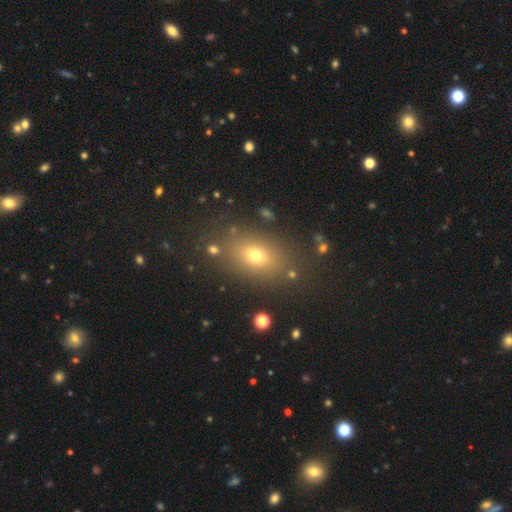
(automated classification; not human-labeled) smooth_or_featured: smooth (p=0.70) [alt: star or artifact p=0.18]
how_rounded: in between (p=0.75) [alt: round p=0.23]
merging: none (p=0.82) [alt: minor disturbance p=0.10]